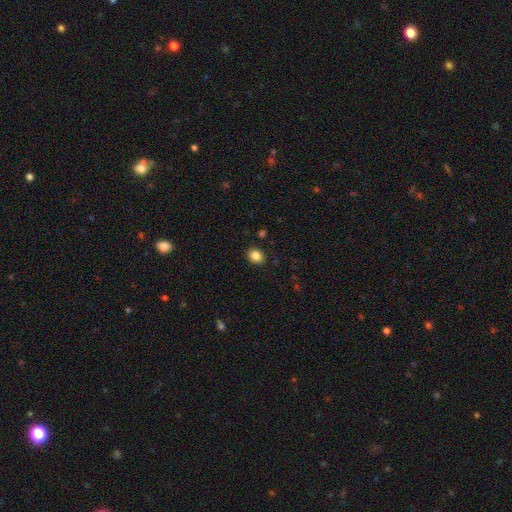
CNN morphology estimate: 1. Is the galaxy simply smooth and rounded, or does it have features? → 85% smooth, 10% star or artifact, 5% featured or disk.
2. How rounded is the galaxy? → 53% round, 46% in between, 1% cigar-shaped.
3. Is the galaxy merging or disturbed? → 89% none, 7% minor disturbance, 2% major disturbance, 1% merger.